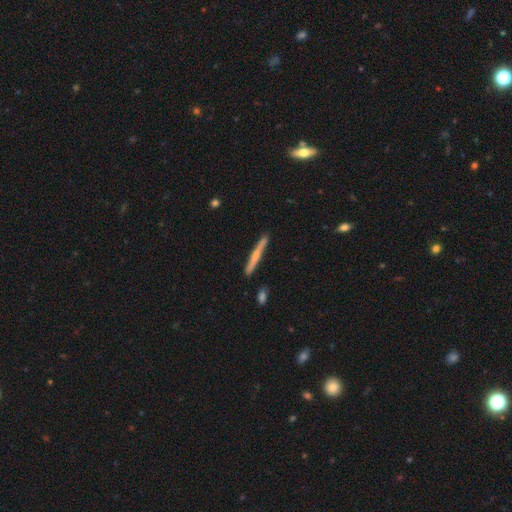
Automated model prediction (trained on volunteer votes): Smooth or featured? Predicted: featured or disk (p=0.51). Edge-on disk? Predicted: yes (p=0.96). Merging? Predicted: none (p=0.87).